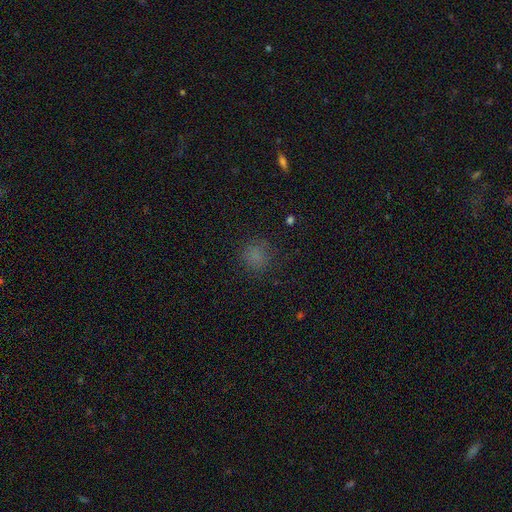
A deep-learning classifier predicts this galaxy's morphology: The model was most divided on "smooth or featured": smooth: 75%, star or artifact: 18%, featured or disk: 6%. More confident: how rounded — round (85%); merging — none (80%).